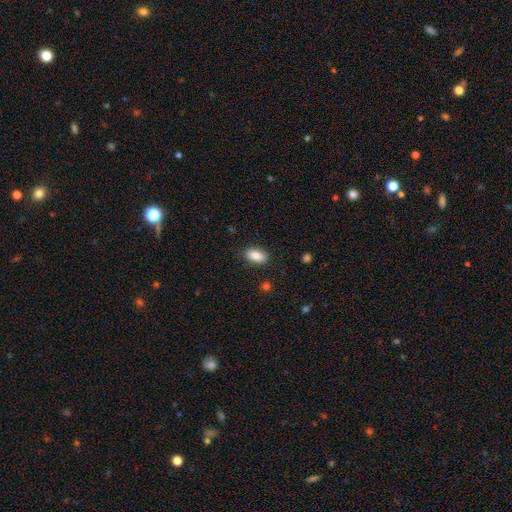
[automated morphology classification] Smooth or featured? smooth (87%)
How rounded? in between (91%)
Merging? none (86%)